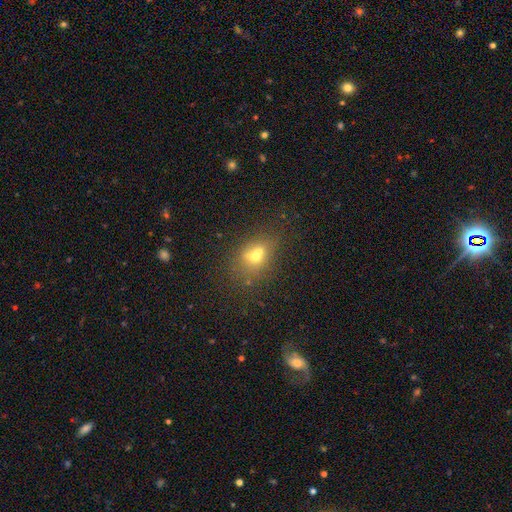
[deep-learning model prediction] smooth_or_featured: smooth (p=0.56) [alt: featured or disk p=0.27]
how_rounded: round (p=0.50) [alt: in between p=0.48]
merging: merger (p=0.51) [alt: none p=0.34]